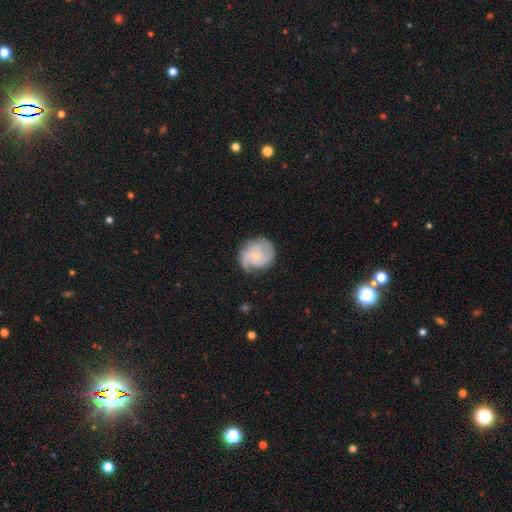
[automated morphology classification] This appears to be a featured or disk galaxy (69%) with no bar (64%), 2 (40%) medium (43%) spiral arms (94%) and a small central bulge (64%). Merging: none (67%).